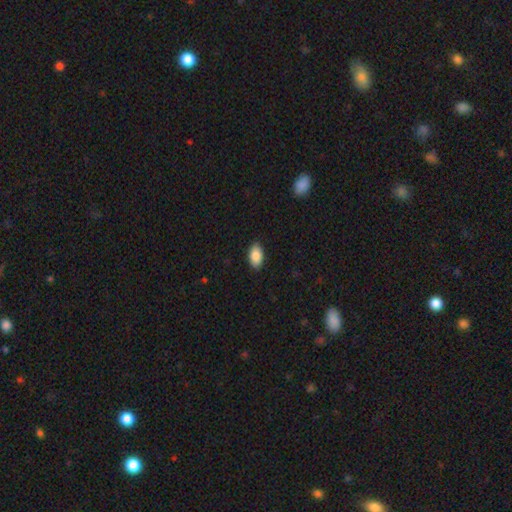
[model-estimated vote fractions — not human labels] Morphology: type=smooth (88%); roundness=in between (94%); merging=none (89%).